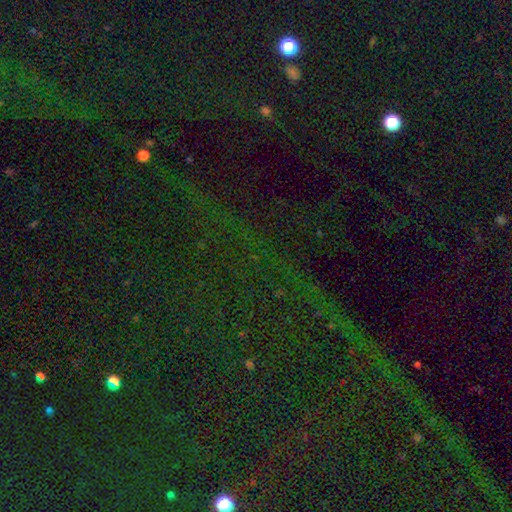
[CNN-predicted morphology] star or artifact 81%, smooth 11%, featured or disk 8%.